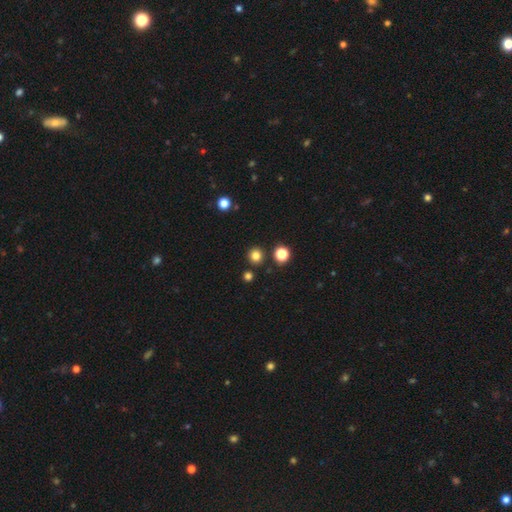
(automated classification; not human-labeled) smooth 81%, star or artifact 15%, featured or disk 4%. Down the decision tree: how rounded — round (93%); merging — none (89%).